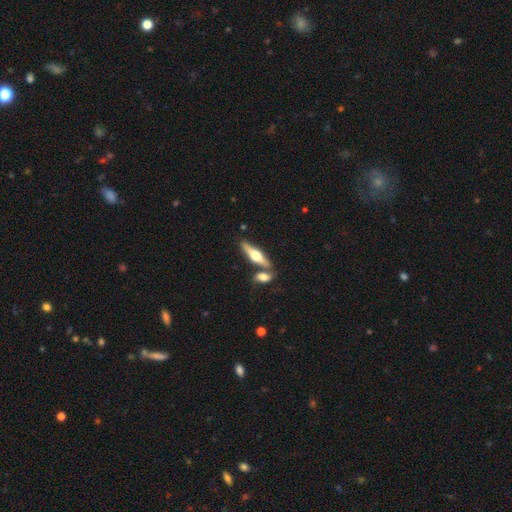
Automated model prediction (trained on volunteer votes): A featured or disk galaxy (61%) viewed edge-on (94%) with a rounded central bulge (95%).

Vote fractions:
- Smooth or featured? featured or disk: 61% / smooth: 33% / star or artifact: 6%
- Edge-on disk? yes: 94% / no: 6%
- Edge-on bulge? rounded: 95% / boxy: 3% / none: 2%
- Merging? none: 65% / merger: 22% / minor disturbance: 10% / major disturbance: 3%